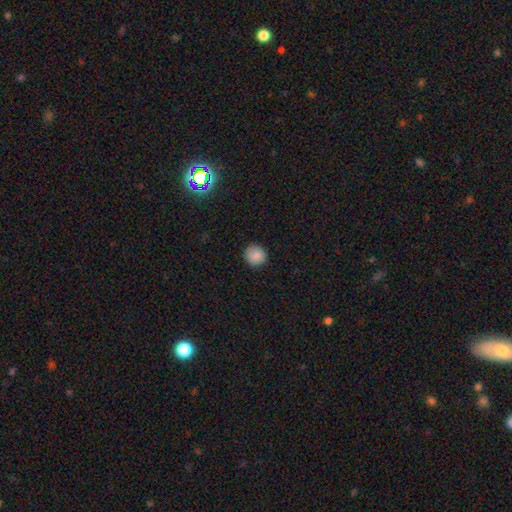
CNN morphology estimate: This appears to be a smooth galaxy with no disk features (87%) that is round (92%). Merging: none (90%).